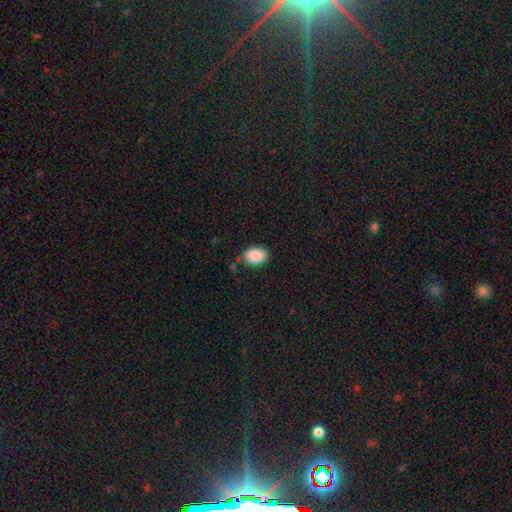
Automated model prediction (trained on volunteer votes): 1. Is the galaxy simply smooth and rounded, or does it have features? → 89% smooth, 7% star or artifact, 4% featured or disk.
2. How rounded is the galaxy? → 78% in between, 21% round, 1% cigar-shaped.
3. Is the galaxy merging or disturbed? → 76% none, 17% minor disturbance, 4% major disturbance, 3% merger.